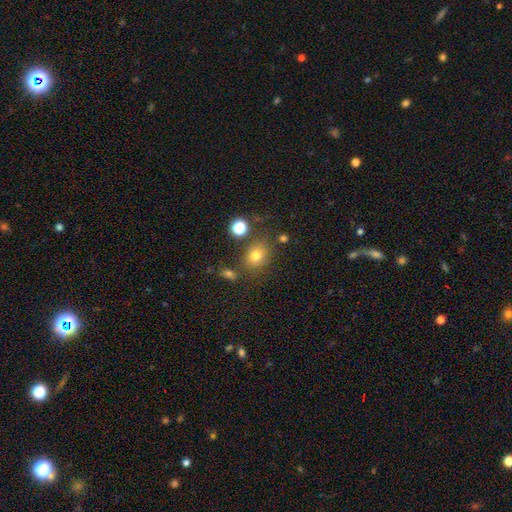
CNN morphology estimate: smooth-or-featured: smooth: 76% | star or artifact: 15% | featured or disk: 9%
  how-rounded: round: 56% | in between: 43% | cigar-shaped: 1%
  merging: none: 74% | minor disturbance: 13% | merger: 8% | major disturbance: 5%